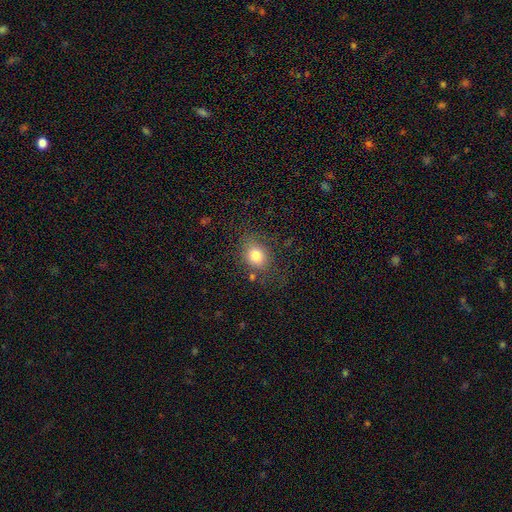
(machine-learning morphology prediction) The model was most divided on "how rounded": round: 50%, in between: 49%, cigar-shaped: 1%. More confident: smooth or featured — smooth (80%); merging — none (74%).